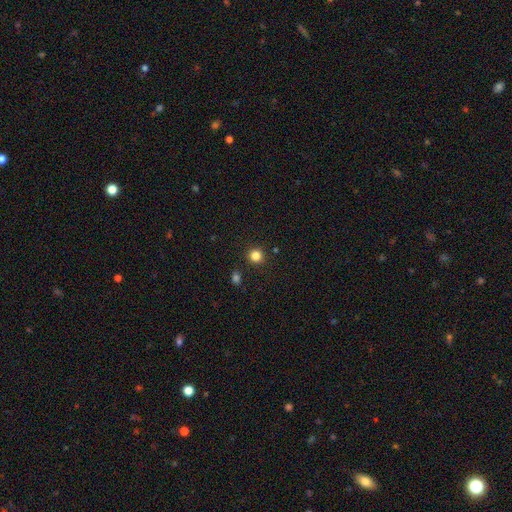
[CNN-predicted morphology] Smooth or featured?
  - smooth: 83% *
  - star or artifact: 13%
  - featured or disk: 4%
How rounded?
  - round: 93% *
  - in between: 6%
  - cigar-shaped: 1%
Merging?
  - none: 90% *
  - minor disturbance: 5%
  - merger: 2%
  - major disturbance: 2%